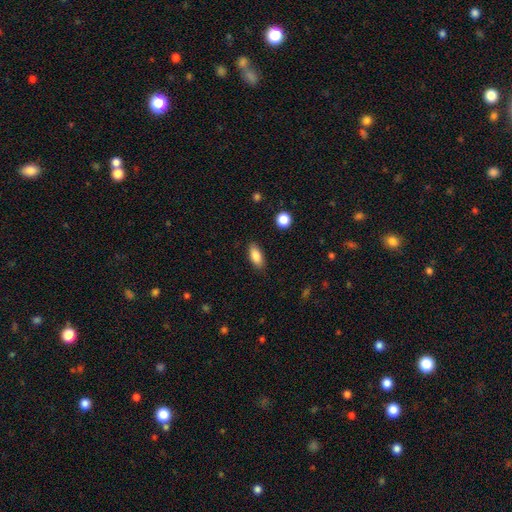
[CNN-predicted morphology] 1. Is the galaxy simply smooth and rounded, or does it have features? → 85% smooth, 7% star or artifact, 7% featured or disk.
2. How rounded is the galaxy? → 84% in between, 13% cigar-shaped, 3% round.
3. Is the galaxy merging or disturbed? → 86% none, 10% minor disturbance, 3% major disturbance, 1% merger.